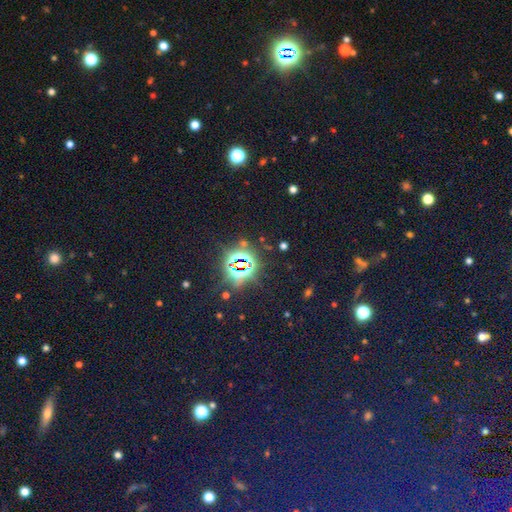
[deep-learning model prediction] The model was most divided on "smooth or featured": star or artifact: 82%, smooth: 11%, featured or disk: 7%.